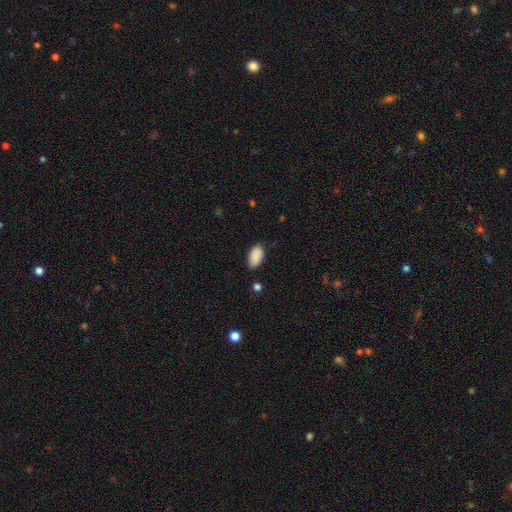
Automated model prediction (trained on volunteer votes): Smooth or featured? smooth (90%)
How rounded? in between (94%)
Merging? none (81%)